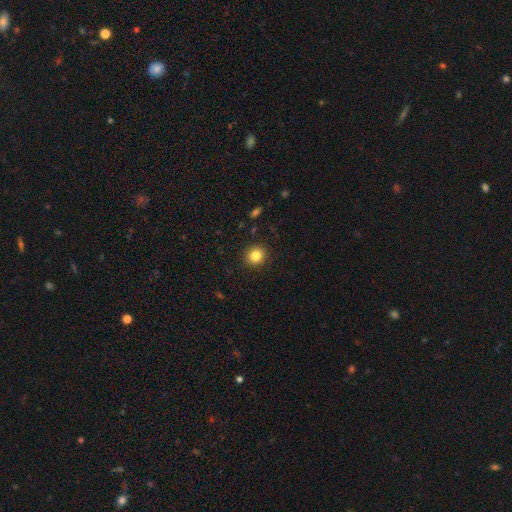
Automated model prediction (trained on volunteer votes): smooth-or-featured: smooth: 83% | star or artifact: 11% | featured or disk: 6%
  how-rounded: round: 87% | in between: 12% | cigar-shaped: 1%
  merging: none: 91% | minor disturbance: 6% | major disturbance: 2% | merger: 1%